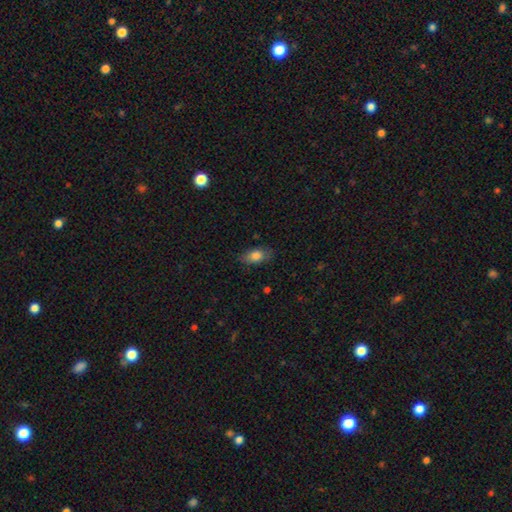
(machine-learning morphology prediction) smooth_or_featured: smooth (p=0.80) [alt: featured or disk p=0.12]
how_rounded: in between (p=0.86) [alt: round p=0.08]
merging: none (p=0.74) [alt: minor disturbance p=0.19]